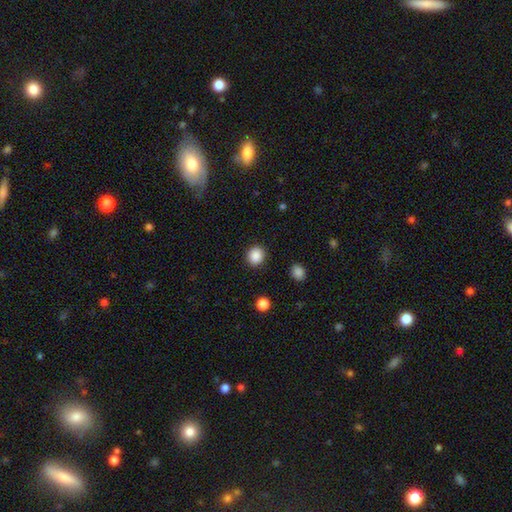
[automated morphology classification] This is clearly a smooth galaxy (88%). How rounded: clearly round (86%). Merging: clearly none (90%).